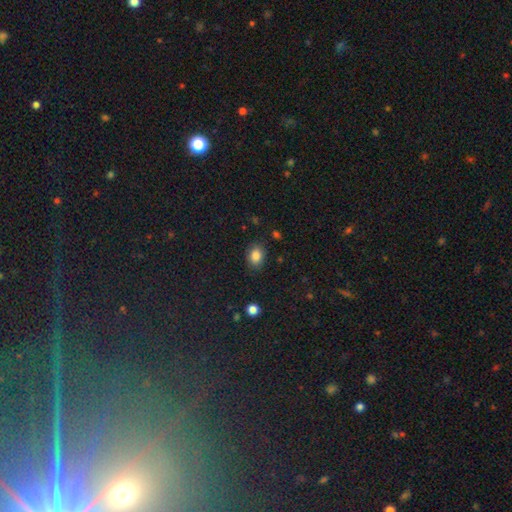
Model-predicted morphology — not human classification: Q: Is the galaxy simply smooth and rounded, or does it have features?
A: smooth — 85%.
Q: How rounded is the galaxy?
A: in between — 61%.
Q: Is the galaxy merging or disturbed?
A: none — 84%.